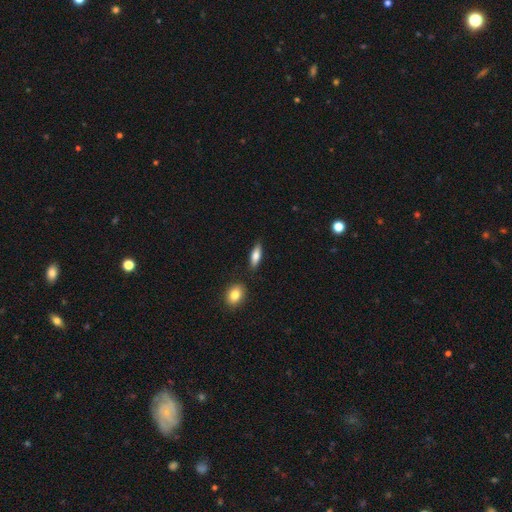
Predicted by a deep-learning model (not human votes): A smooth galaxy with no disk features (75%) that is in between round and cigar-shaped (62%).

Vote fractions:
- Smooth or featured? smooth: 75% / featured or disk: 19% / star or artifact: 6%
- How rounded? in between: 62% / cigar-shaped: 36% / round: 3%
- Merging? none: 83% / minor disturbance: 11% / merger: 4% / major disturbance: 2%